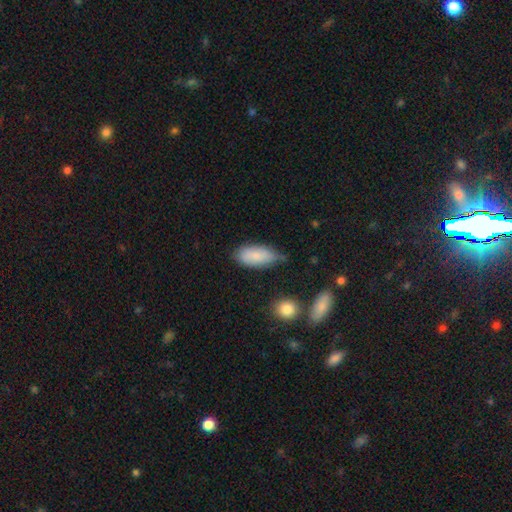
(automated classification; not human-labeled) A smooth galaxy with no disk features (83%) that is in between round and cigar-shaped (86%). Merging: none (59%).